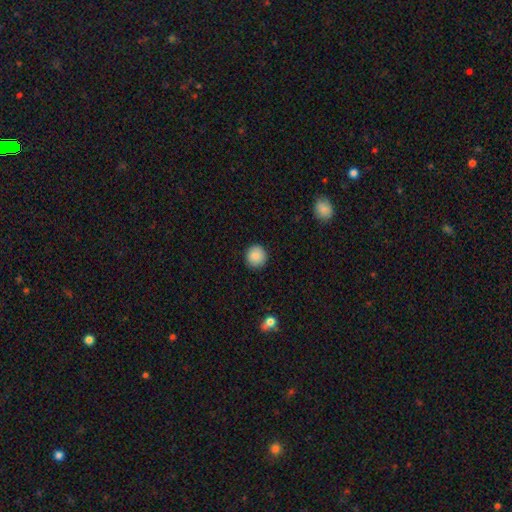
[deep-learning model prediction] Morphology: type=smooth (88%); roundness=round (92%); merging=none (91%).